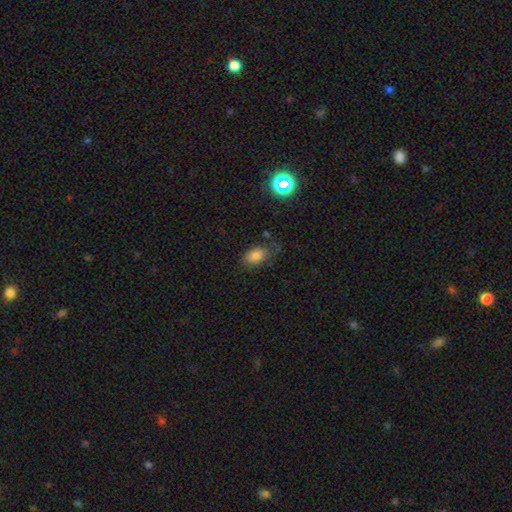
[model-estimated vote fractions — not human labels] A smooth galaxy with no disk features (79%) that is in between round and cigar-shaped (90%). Merging: none (63%).